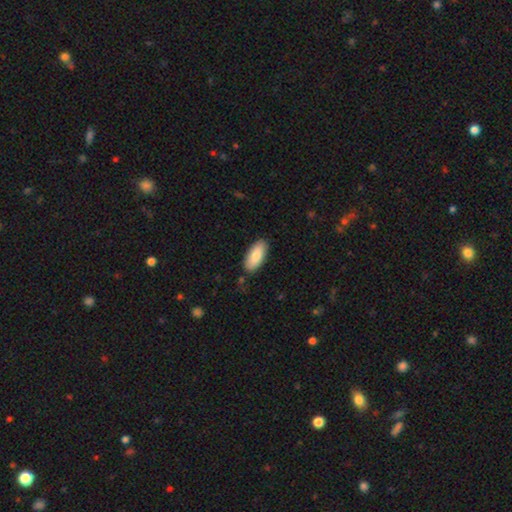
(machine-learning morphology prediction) smooth-or-featured: smooth: 83% | featured or disk: 11% | star or artifact: 6%
  how-rounded: in between: 87% | cigar-shaped: 11% | round: 2%
  merging: none: 86% | minor disturbance: 10% | major disturbance: 2% | merger: 2%